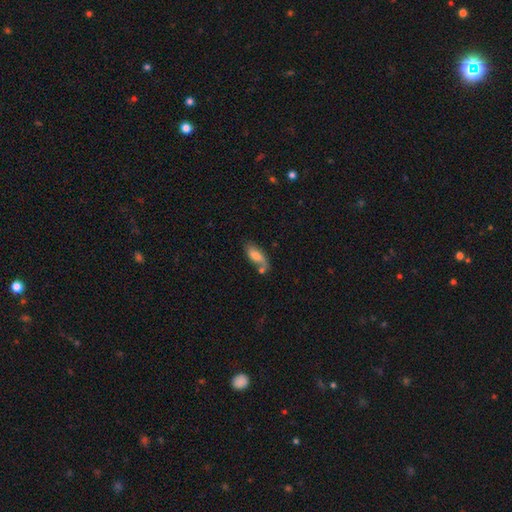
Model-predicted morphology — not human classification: The model was most divided on "merging": none: 50%, minor disturbance: 23%, merger: 18%, major disturbance: 9%. More confident: how rounded — in between (79%); smooth or featured — smooth (65%).